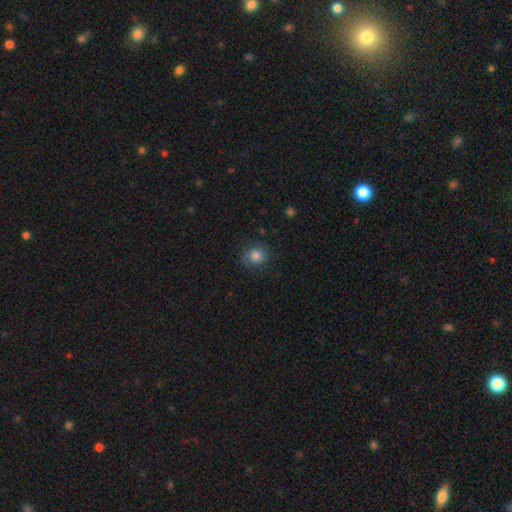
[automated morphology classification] Overall: smooth (81%). How rounded: round (77%). Merging: none (79%).